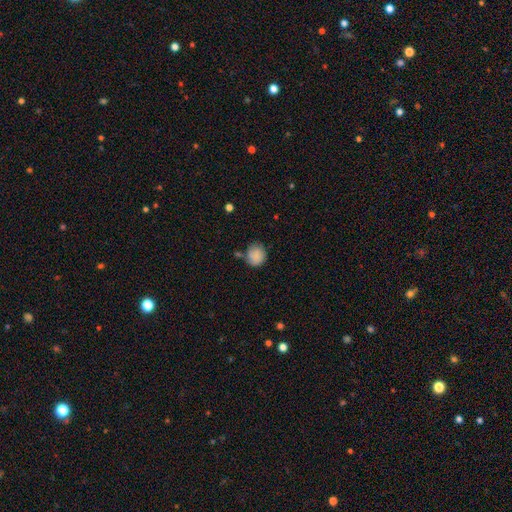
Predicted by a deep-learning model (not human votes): Smooth or featured?
  - smooth: 82% *
  - featured or disk: 9%
  - star or artifact: 8%
How rounded?
  - round: 78% *
  - in between: 21%
  - cigar-shaped: 1%
Merging?
  - none: 63% *
  - minor disturbance: 22%
  - merger: 9%
  - major disturbance: 6%